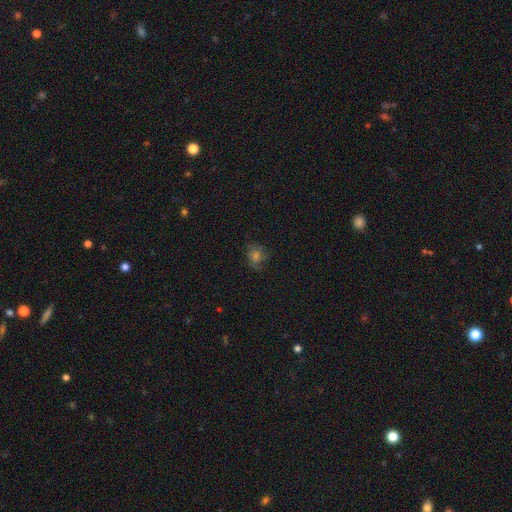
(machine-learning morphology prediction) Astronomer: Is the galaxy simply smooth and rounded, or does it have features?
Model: smooth — 53%.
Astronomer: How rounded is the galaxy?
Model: round — 69%.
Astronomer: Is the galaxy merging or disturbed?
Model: none — 67%.